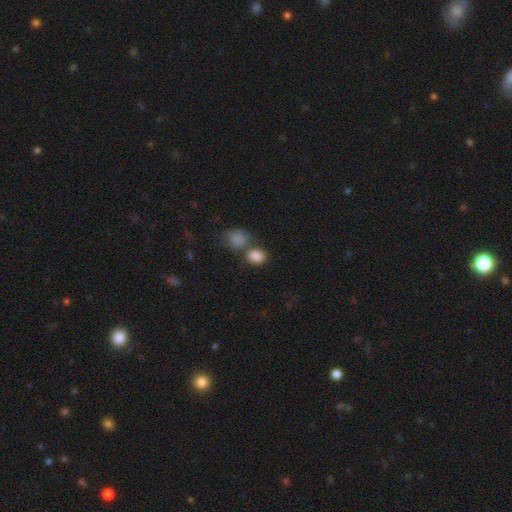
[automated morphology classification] type=smooth (86%); roundness=in between (51%); merging=none (48%).